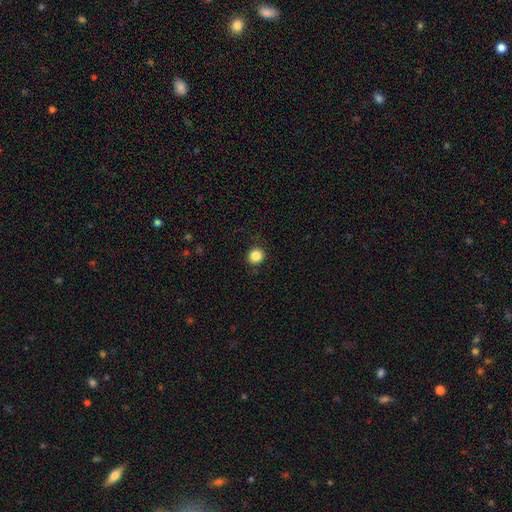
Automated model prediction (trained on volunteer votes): smooth-or-featured: smooth: 85% | star or artifact: 11% | featured or disk: 4%
  how-rounded: round: 89% | in between: 10% | cigar-shaped: 1%
  merging: none: 88% | minor disturbance: 8% | major disturbance: 2% | merger: 1%